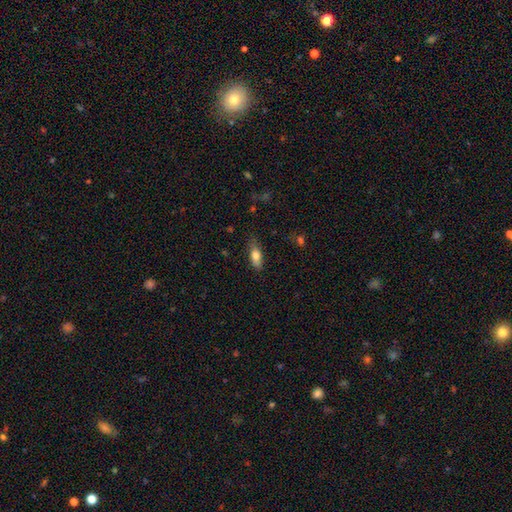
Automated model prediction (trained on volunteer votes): The model was most divided on "how rounded": in between: 72%, cigar-shaped: 25%, round: 3%. More confident: merging — none (75%); smooth or featured — smooth (74%).